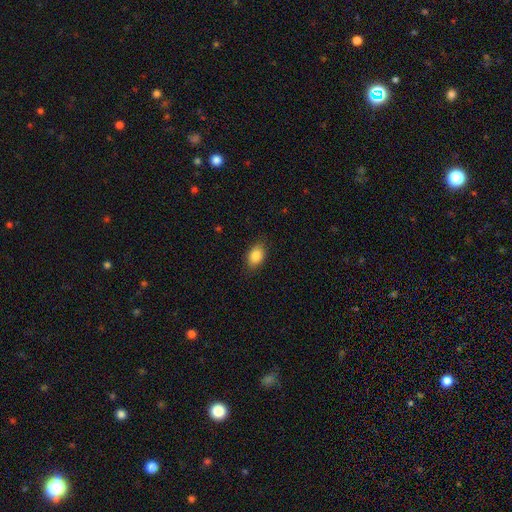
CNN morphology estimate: smooth_or_featured: smooth (p=0.87) [alt: star or artifact p=0.08]
how_rounded: in between (p=0.85) [alt: round p=0.13]
merging: none (p=0.84) [alt: minor disturbance p=0.12]